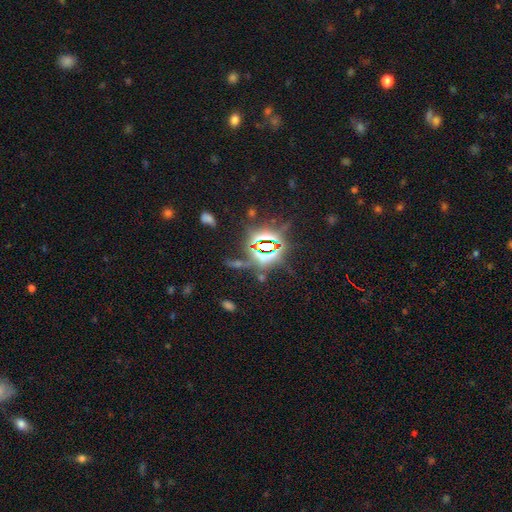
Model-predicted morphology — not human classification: This appears to be a star or artifact, not a galaxy (81%).